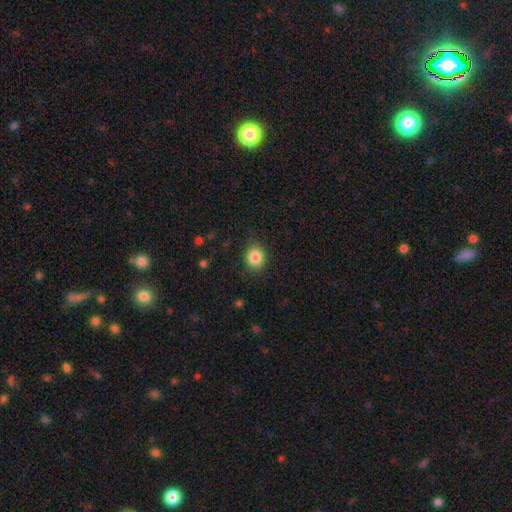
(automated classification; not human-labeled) Morphology: type=smooth (86%); roundness=round (60%); merging=none (85%).